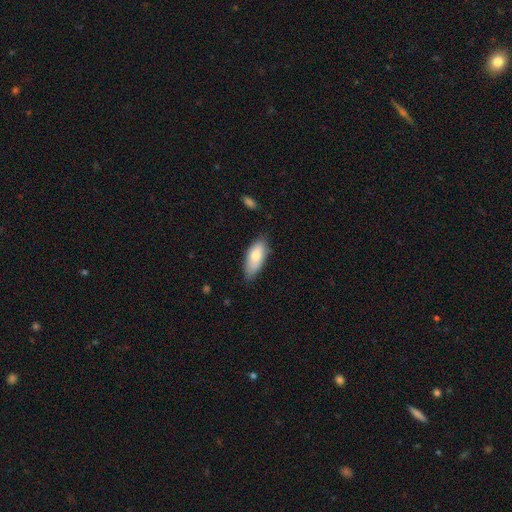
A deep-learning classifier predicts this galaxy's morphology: smooth-or-featured: smooth: 77% | featured or disk: 17% | star or artifact: 6%
  how-rounded: in between: 84% | cigar-shaped: 13% | round: 2%
  merging: none: 72% | minor disturbance: 23% | major disturbance: 4% | merger: 2%